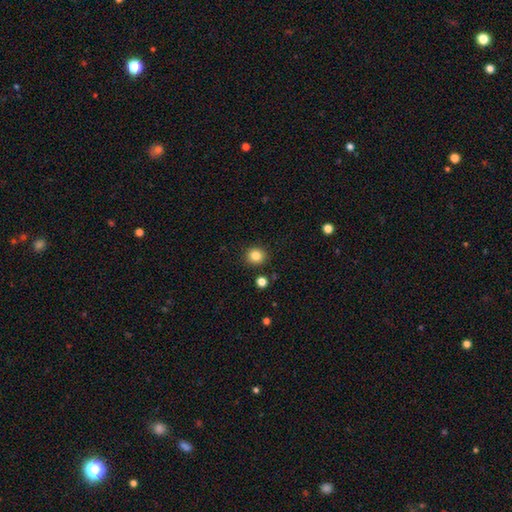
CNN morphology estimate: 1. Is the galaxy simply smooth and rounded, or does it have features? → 84% smooth, 11% star or artifact, 5% featured or disk.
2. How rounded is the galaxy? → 89% round, 11% in between, 1% cigar-shaped.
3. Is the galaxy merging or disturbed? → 89% none, 6% minor disturbance, 2% merger, 2% major disturbance.